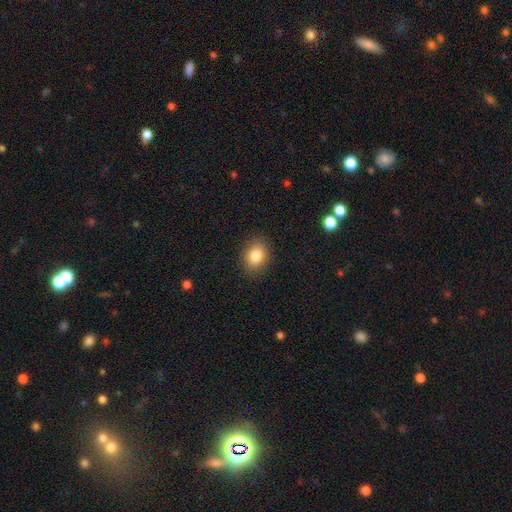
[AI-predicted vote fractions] smooth_or_featured: smooth (p=0.84) [alt: star or artifact p=0.09]
how_rounded: in between (p=0.58) [alt: round p=0.41]
merging: none (p=0.88) [alt: minor disturbance p=0.09]